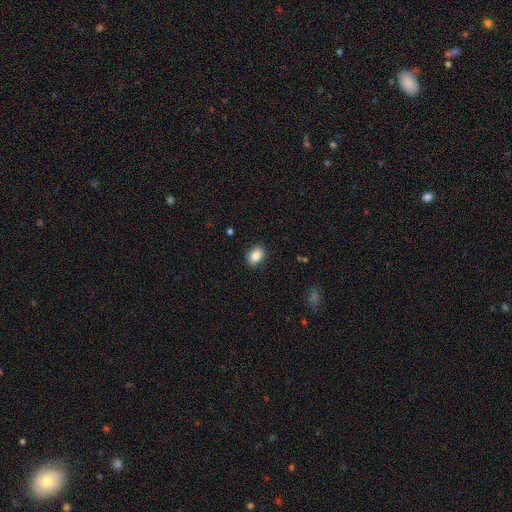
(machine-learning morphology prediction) A smooth galaxy with no disk features (87%) that is in between round and cigar-shaped (75%). Merging: none (88%).